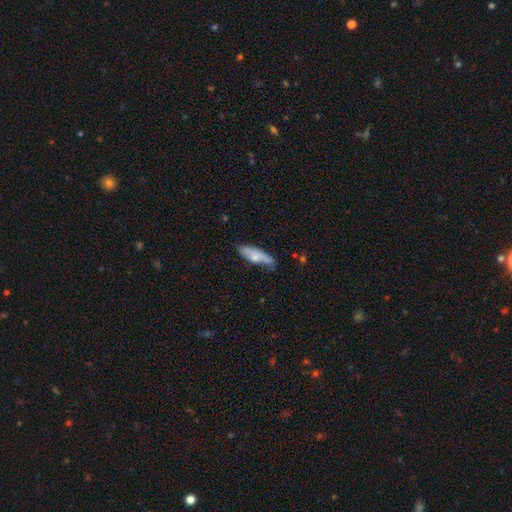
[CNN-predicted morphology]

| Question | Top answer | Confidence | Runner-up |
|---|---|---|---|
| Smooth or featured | smooth | 65% | featured or disk (29%) |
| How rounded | in between | 59% | cigar-shaped (39%) |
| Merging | none | 49% | minor disturbance (33%) |